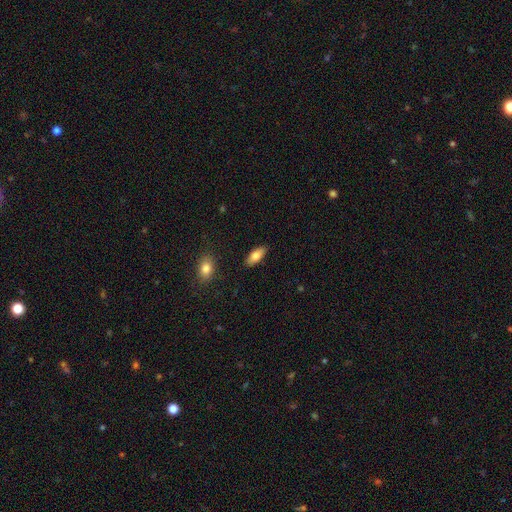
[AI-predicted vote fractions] Smooth or featured? Predicted: smooth (p=0.80). How rounded? Predicted: in between (p=0.84). Merging? Predicted: none (p=0.88).